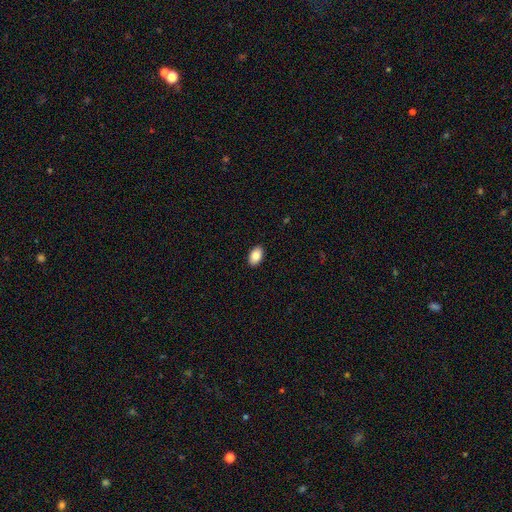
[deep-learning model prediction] smooth_or_featured: smooth (p=0.87) [alt: star or artifact p=0.07]
how_rounded: in between (p=0.91) [alt: round p=0.07]
merging: none (p=0.90) [alt: minor disturbance p=0.07]